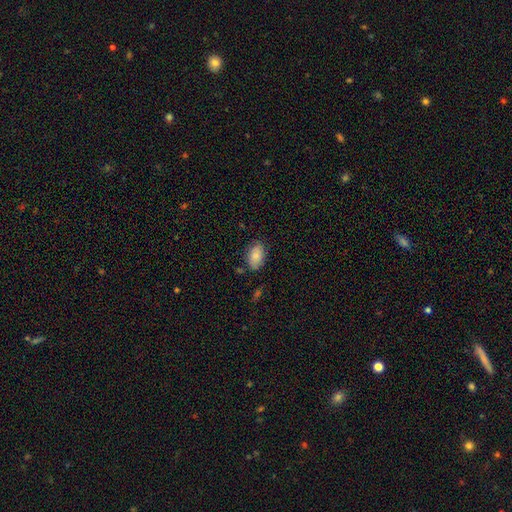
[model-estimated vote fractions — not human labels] A smooth galaxy with no disk features (81%) that is in between round and cigar-shaped (90%). Merging: none (75%).